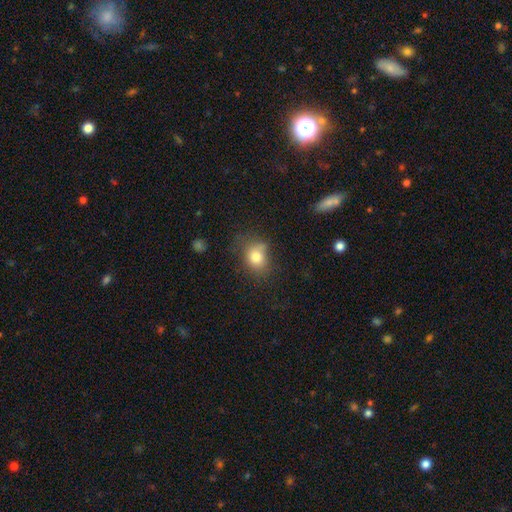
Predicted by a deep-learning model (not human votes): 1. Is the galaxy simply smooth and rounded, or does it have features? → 79% smooth, 11% star or artifact, 10% featured or disk.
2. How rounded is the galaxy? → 54% round, 45% in between, 1% cigar-shaped.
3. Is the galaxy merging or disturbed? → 56% none, 28% minor disturbance, 11% major disturbance, 5% merger.